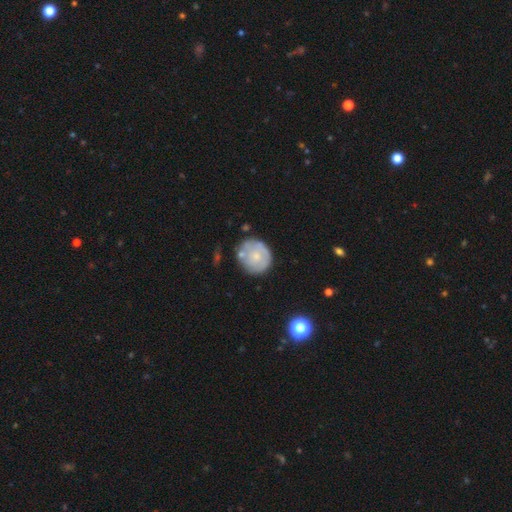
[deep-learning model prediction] smooth 52%, featured or disk 42%, star or artifact 6%. Down the decision tree: how rounded — round (86%); merging — none (64%).